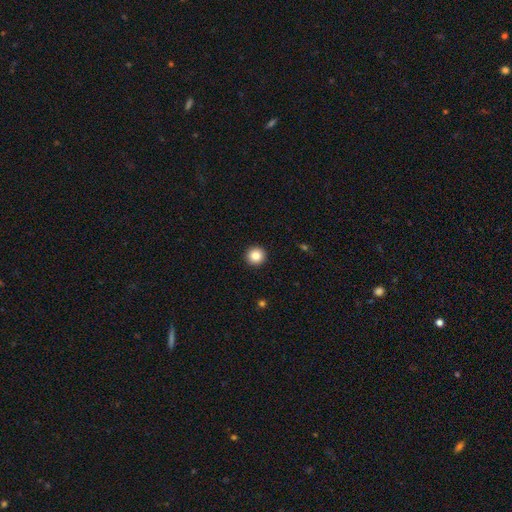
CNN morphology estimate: Smooth or featured: smooth — 85% (star or artifact — 10%)
How rounded: round — 95% (in between — 4%)
Merging: none — 94% (minor disturbance — 4%)